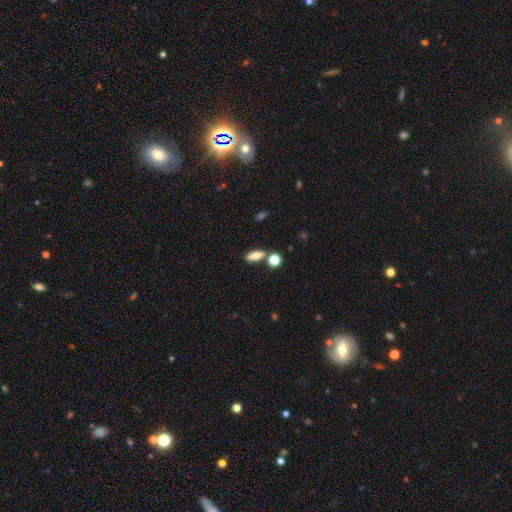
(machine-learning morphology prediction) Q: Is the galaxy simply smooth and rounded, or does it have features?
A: smooth — 79%.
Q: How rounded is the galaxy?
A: in between — 59%.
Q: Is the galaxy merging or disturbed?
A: none — 68%.